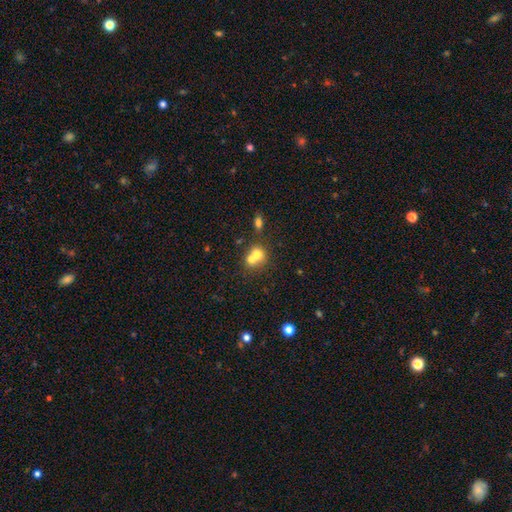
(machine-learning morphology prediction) smooth-or-featured: smooth: 69% | featured or disk: 18% | star or artifact: 12%
  how-rounded: round: 72% | in between: 27% | cigar-shaped: 1%
  merging: merger: 62% | none: 29% | minor disturbance: 6% | major disturbance: 3%